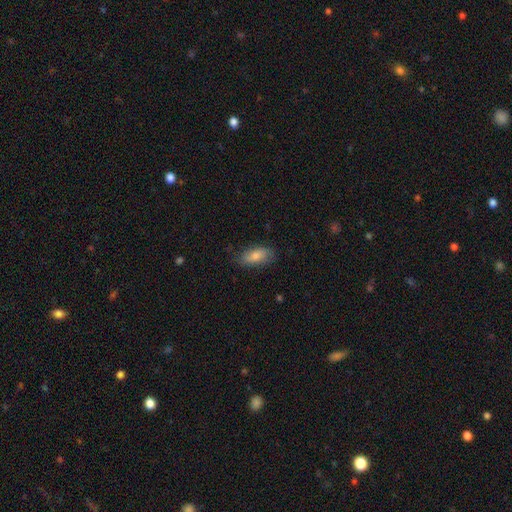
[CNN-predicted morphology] This appears to be a smooth galaxy with no disk features (78%) that is in between round and cigar-shaped (86%). Merging: none (74%).